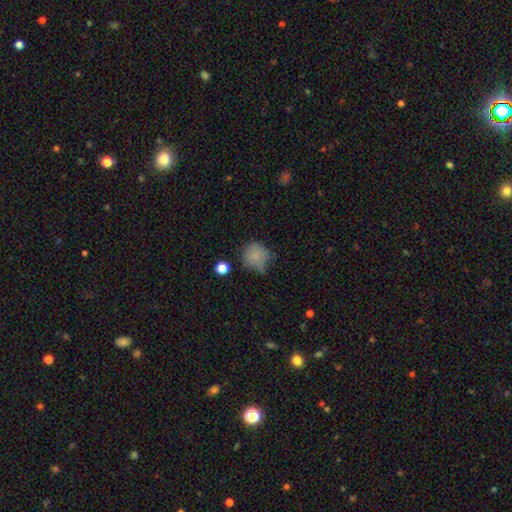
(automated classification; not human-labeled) A smooth galaxy with no disk features (78%) that is round (85%). Merging: none (51%).